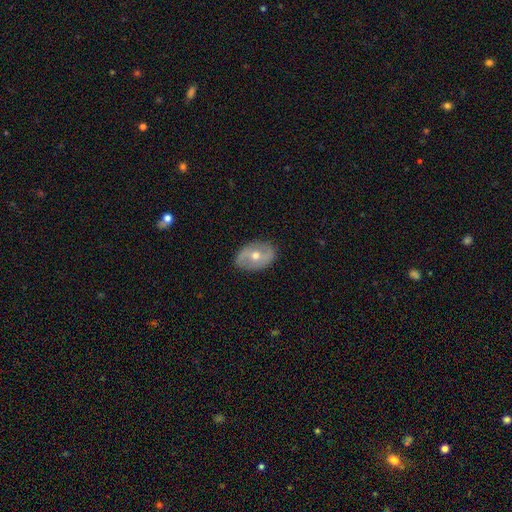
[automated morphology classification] featured or disk 64%, smooth 29%, star or artifact 7%. Down the decision tree: edge-on disk — no (94%); bar — no (51%); spiral arms — yes (65%); bulge size — moderate (67%); merging — none (82%).